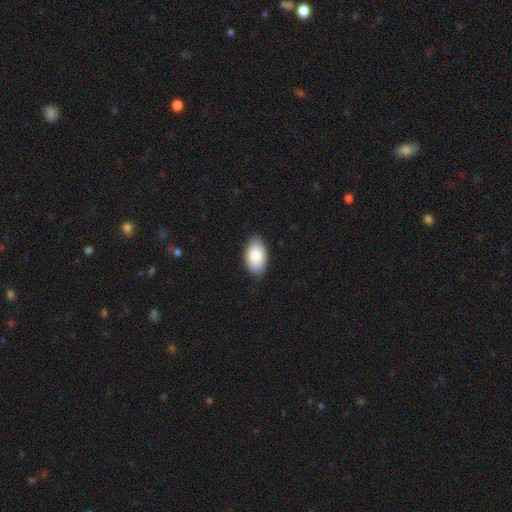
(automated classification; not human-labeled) Smooth or featured?
  - smooth: 85% *
  - featured or disk: 9%
  - star or artifact: 6%
How rounded?
  - in between: 95% *
  - round: 4%
  - cigar-shaped: 1%
Merging?
  - none: 86% *
  - minor disturbance: 11%
  - major disturbance: 2%
  - merger: 1%